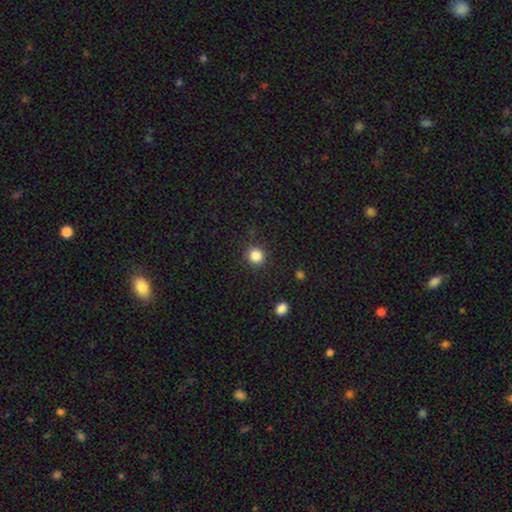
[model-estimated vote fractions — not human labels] Smooth or featured: smooth — 86% (star or artifact — 11%)
How rounded: round — 89% (in between — 11%)
Merging: none — 89% (minor disturbance — 7%)